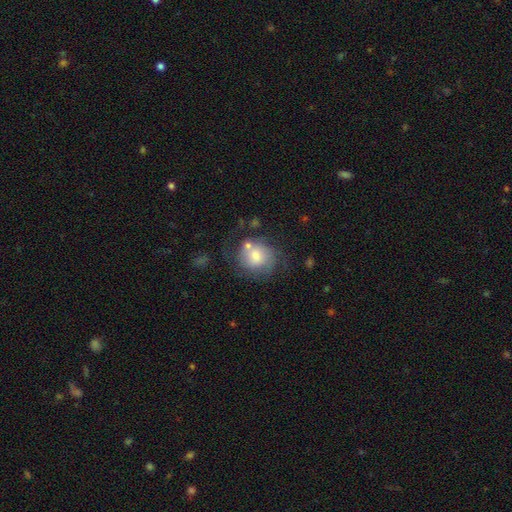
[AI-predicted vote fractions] Smooth or featured: smooth — 50% (featured or disk — 41%)
Merging: none — 50% (minor disturbance — 21%)